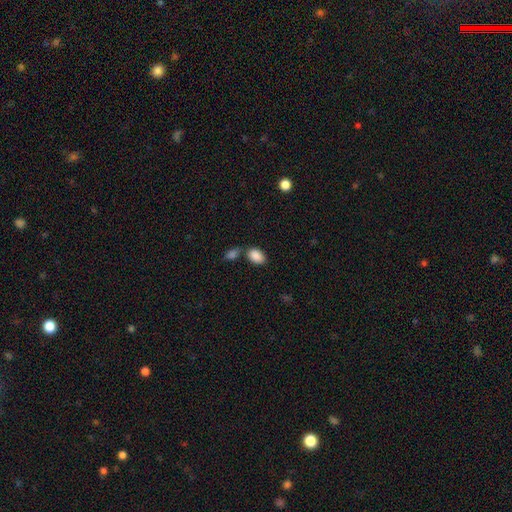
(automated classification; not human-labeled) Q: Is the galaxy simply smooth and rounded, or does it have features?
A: smooth — 88%.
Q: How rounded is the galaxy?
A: in between — 89%.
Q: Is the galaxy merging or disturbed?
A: none — 62%.